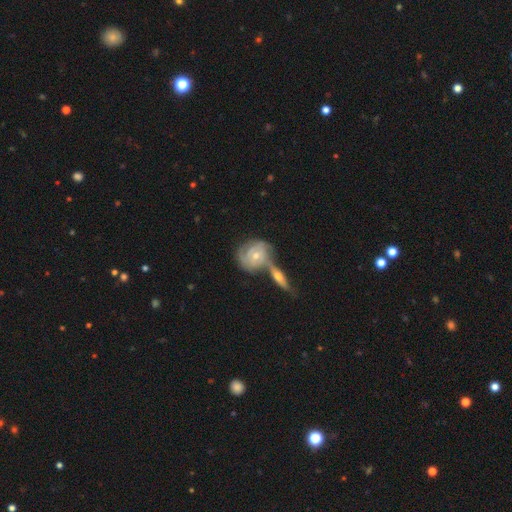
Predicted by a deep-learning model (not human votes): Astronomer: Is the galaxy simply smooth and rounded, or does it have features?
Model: featured or disk — 79%.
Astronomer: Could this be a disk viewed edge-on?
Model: no — 94%.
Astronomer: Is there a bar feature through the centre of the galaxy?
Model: no — 68%.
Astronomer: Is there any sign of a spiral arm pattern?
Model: yes — 91%.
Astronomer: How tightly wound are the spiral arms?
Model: tight — 69%.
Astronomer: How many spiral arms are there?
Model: can't tell — 31% (runner-up: 3, 28%).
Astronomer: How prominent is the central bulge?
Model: moderate — 51% (runner-up: small, 45%).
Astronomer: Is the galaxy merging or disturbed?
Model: none — 40% (runner-up: merger, 39%).